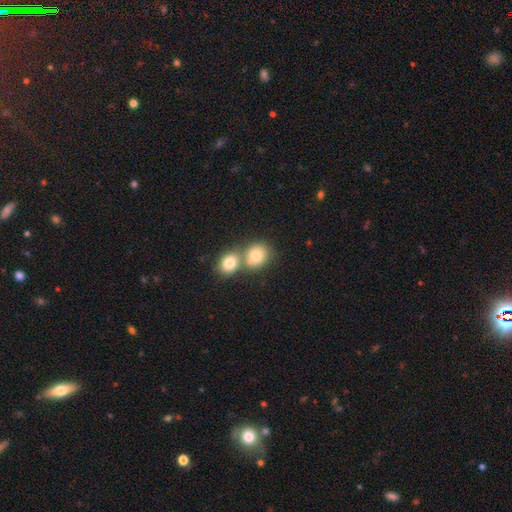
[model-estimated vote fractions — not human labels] smooth 79%, featured or disk 11%, star or artifact 10%. Down the decision tree: how rounded — round (70%); merging — merger (52%).